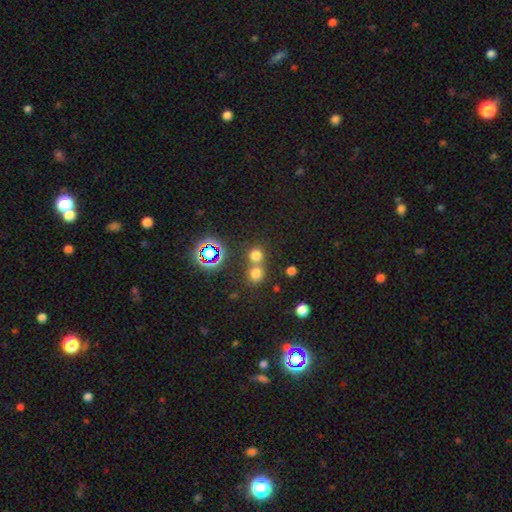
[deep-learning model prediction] Morphology: type=smooth (68%); roundness=round (88%); merging=none (53%).